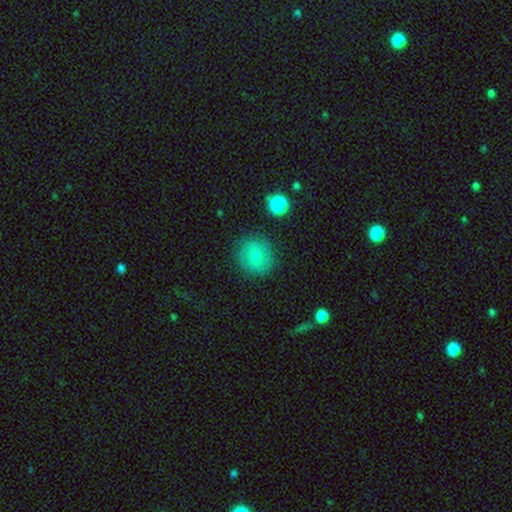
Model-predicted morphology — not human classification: Smooth or featured?
  - smooth: 73% *
  - featured or disk: 17%
  - star or artifact: 10%
How rounded?
  - round: 86% *
  - in between: 13%
  - cigar-shaped: 1%
Merging?
  - none: 83% *
  - minor disturbance: 12%
  - major disturbance: 4%
  - merger: 2%